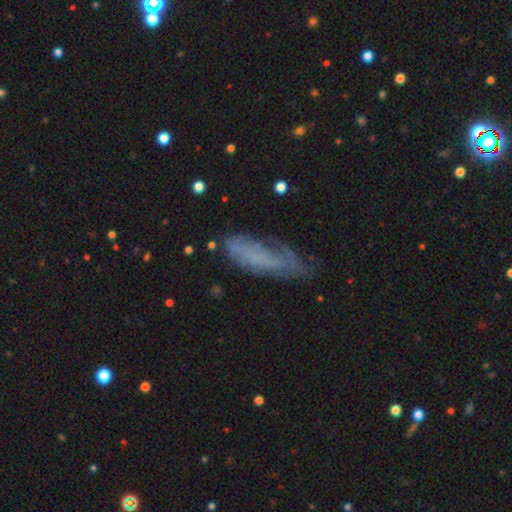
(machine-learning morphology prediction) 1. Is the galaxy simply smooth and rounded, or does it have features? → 48% smooth, 37% featured or disk, 15% star or artifact.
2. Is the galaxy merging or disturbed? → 54% none, 27% minor disturbance, 15% major disturbance, 3% merger.